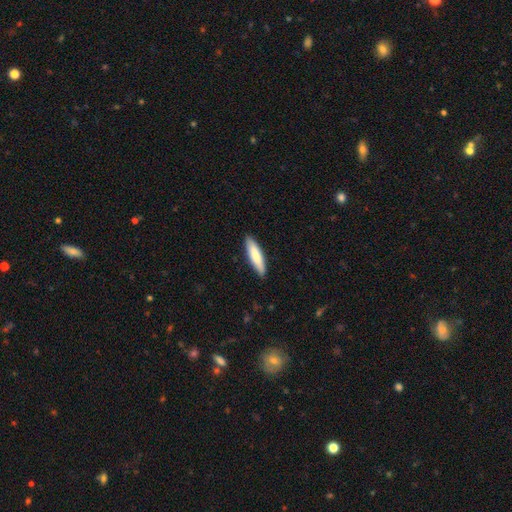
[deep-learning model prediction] The model was most divided on "how rounded": cigar-shaped: 74%, in between: 25%, round: 1%. More confident: merging — none (88%); smooth or featured — smooth (80%).